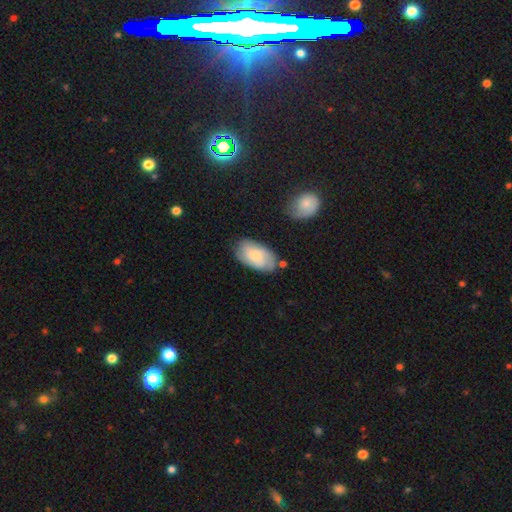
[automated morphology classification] The model was most divided on "smooth or featured": smooth: 57%, featured or disk: 36%, star or artifact: 6%. More confident: how rounded — in between (94%); merging — none (73%).